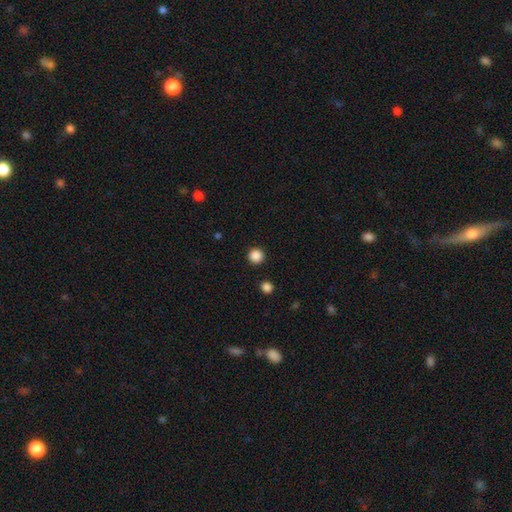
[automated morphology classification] Overall: smooth (87%). How rounded: round (96%). Merging: none (92%).